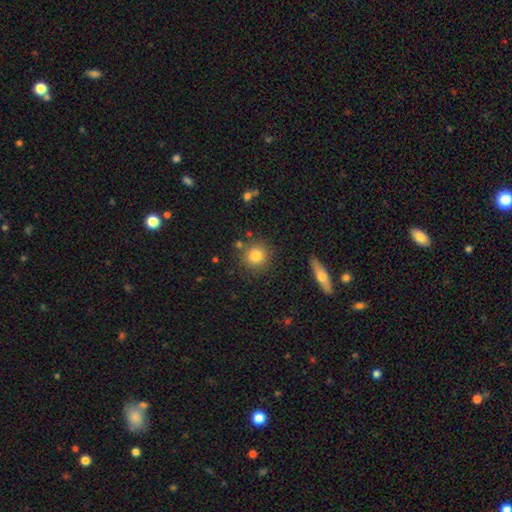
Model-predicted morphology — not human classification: smooth_or_featured: smooth (p=0.82) [alt: star or artifact p=0.10]
how_rounded: round (p=0.92) [alt: in between p=0.07]
merging: none (p=0.83) [alt: minor disturbance p=0.08]